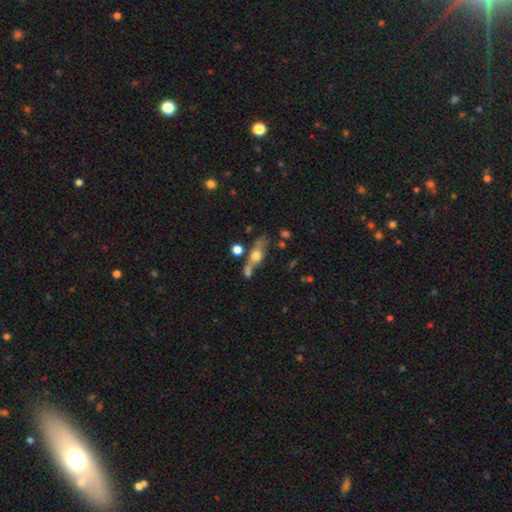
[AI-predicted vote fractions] smooth 47%, featured or disk 42%, star or artifact 11%. Down the decision tree: merging — none (44%).